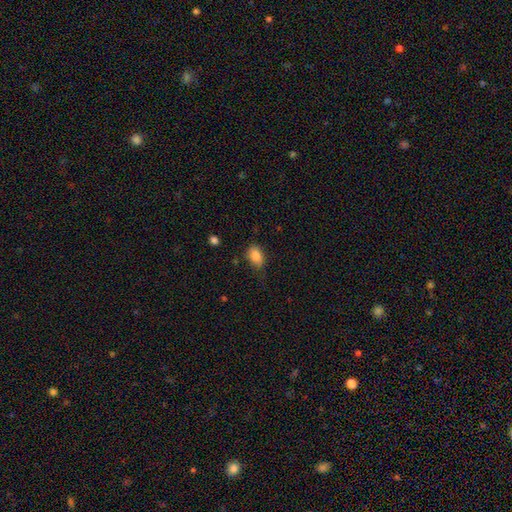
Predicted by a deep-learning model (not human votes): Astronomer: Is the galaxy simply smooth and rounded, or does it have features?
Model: smooth — 85%.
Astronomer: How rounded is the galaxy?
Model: in between — 83%.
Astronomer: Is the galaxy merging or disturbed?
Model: none — 67%.